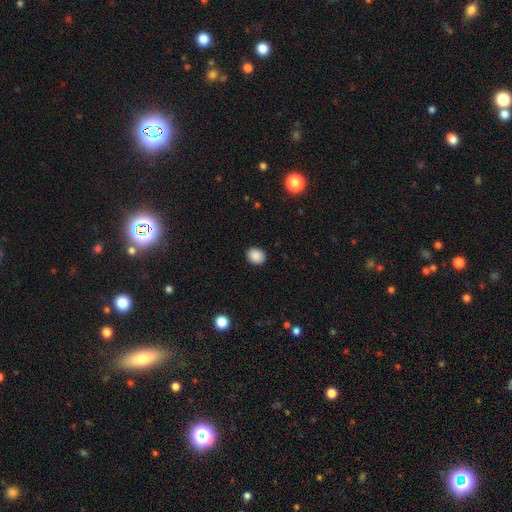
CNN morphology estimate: Smooth or featured?
  - smooth: 88% *
  - star or artifact: 9%
  - featured or disk: 3%
How rounded?
  - round: 56% *
  - in between: 43%
  - cigar-shaped: 1%
Merging?
  - none: 90% *
  - minor disturbance: 7%
  - major disturbance: 2%
  - merger: 1%